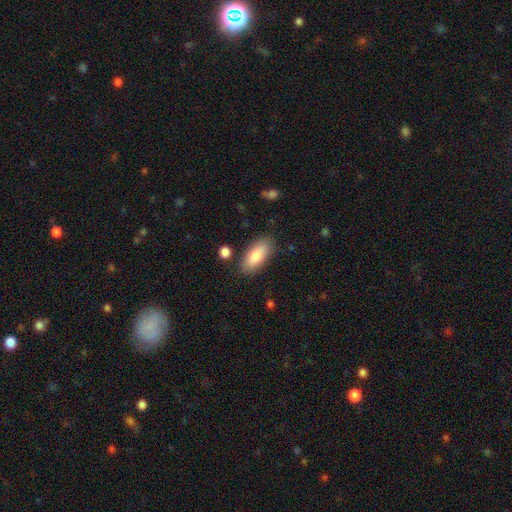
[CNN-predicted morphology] Smooth or featured? smooth (82%)
How rounded? in between (83%)
Merging? none (83%)